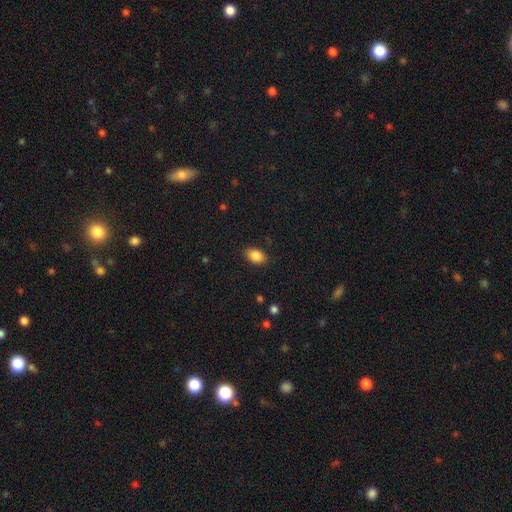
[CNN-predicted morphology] This is clearly a smooth galaxy (87%). How rounded: clearly in between (87%). Merging: clearly none (86%).